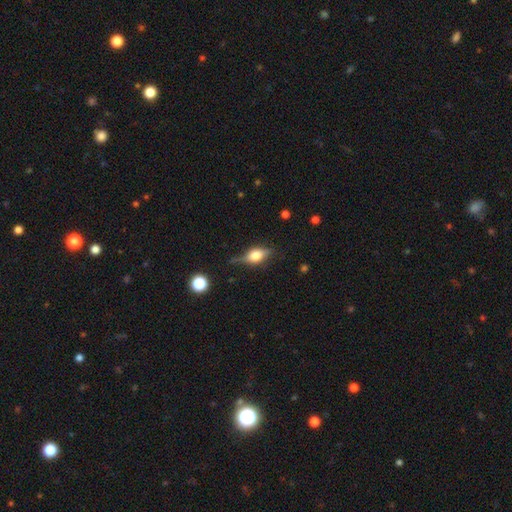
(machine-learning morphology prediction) This is possibly a featured or disk galaxy (53%). It is clearly viewed edge-on (91%). Merging: likely none (70%).